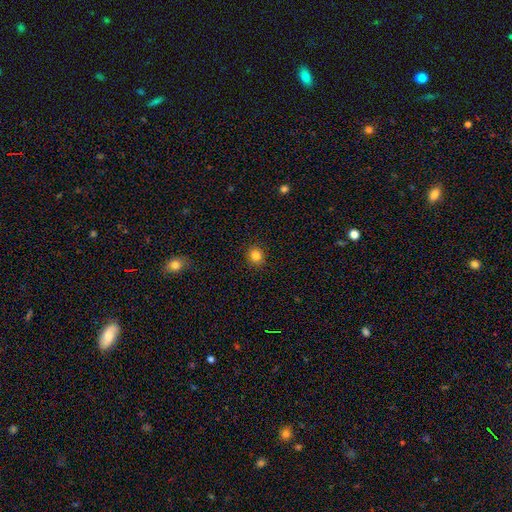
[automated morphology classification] Smooth or featured? Predicted: smooth (p=0.83). How rounded? Predicted: round (p=0.90). Merging? Predicted: none (p=0.92).